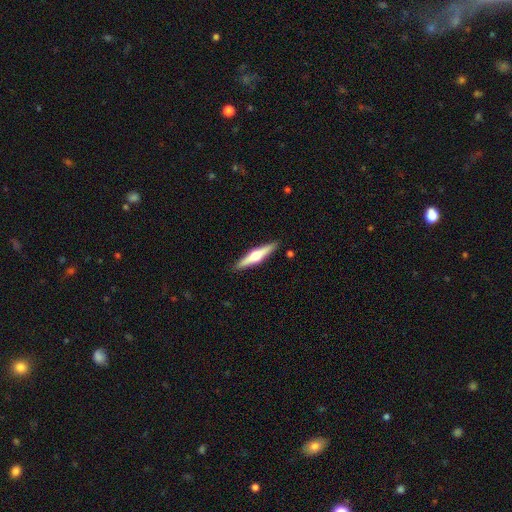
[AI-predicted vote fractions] smooth_or_featured: featured or disk (p=0.63) [alt: smooth p=0.32]
disk_edge_on: yes (p=0.97) [alt: no p=0.03]
edge_on_bulge: rounded (p=0.94) [alt: boxy p=0.03]
merging: none (p=0.90) [alt: minor disturbance p=0.07]